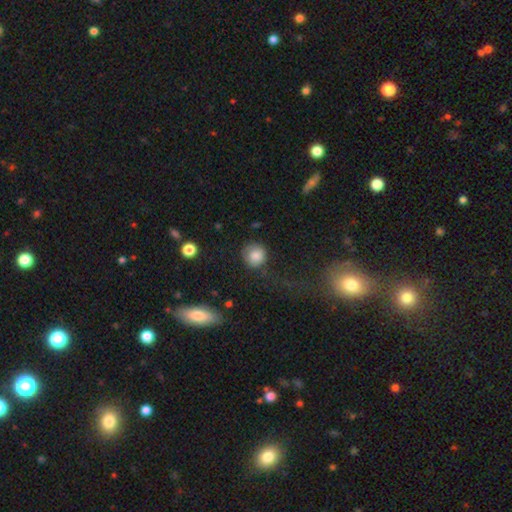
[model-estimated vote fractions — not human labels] This is clearly a smooth galaxy (83%). How rounded: clearly round (89%). Merging: likely none (73%).